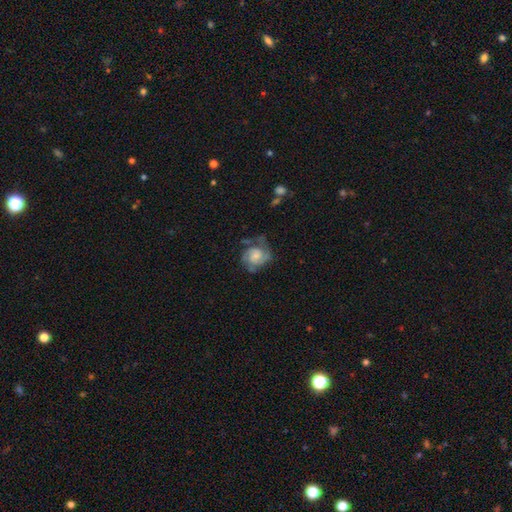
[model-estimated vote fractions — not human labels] Smooth or featured: featured or disk — 71% (smooth — 22%)
Edge-on disk: no — 98% (yes — 2%)
Bar: no — 65% (weak — 30%)
Spiral arms: yes — 91% (no — 9%)
Spiral winding: medium — 43% (tight — 41%)
Spiral arm count: 2 — 62% (can't tell — 16%)
Bulge size: small — 42% (moderate — 31%)
Merging: none — 51% (minor disturbance — 25%)